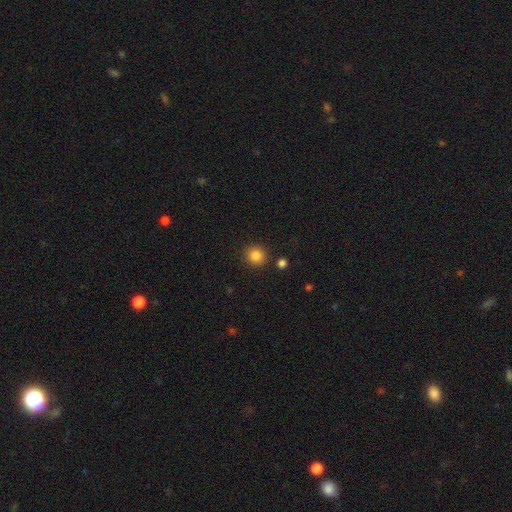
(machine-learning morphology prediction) Smooth or featured: smooth — 85% (star or artifact — 11%)
How rounded: round — 90% (in between — 9%)
Merging: none — 88% (minor disturbance — 6%)